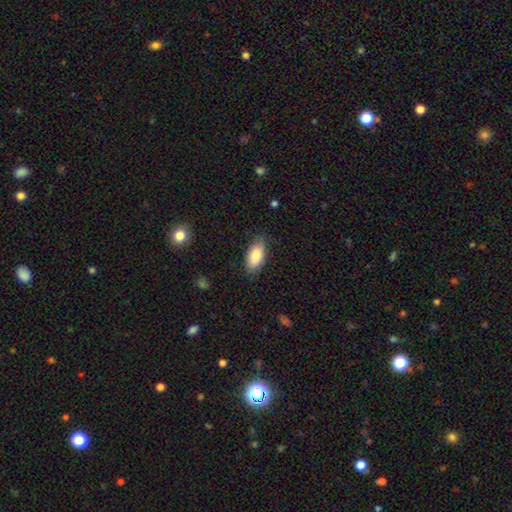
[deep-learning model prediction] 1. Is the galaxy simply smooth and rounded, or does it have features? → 82% smooth, 11% featured or disk, 7% star or artifact.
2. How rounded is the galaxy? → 90% in between, 7% cigar-shaped, 3% round.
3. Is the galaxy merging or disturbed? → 81% none, 15% minor disturbance, 3% major disturbance, 1% merger.